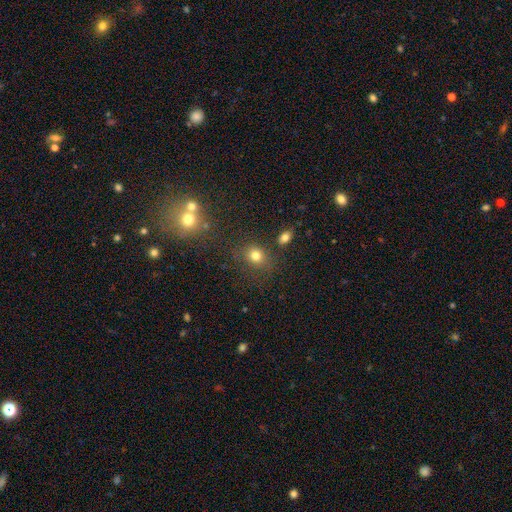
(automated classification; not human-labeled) Smooth or featured: smooth — 77% (star or artifact — 15%)
How rounded: round — 64% (in between — 35%)
Merging: none — 74% (minor disturbance — 14%)